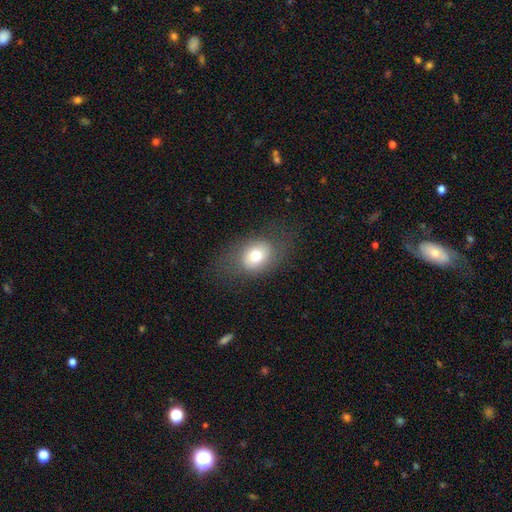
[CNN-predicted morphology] smooth-or-featured: smooth: 71% | featured or disk: 19% | star or artifact: 10%
  how-rounded: in between: 63% | round: 36% | cigar-shaped: 1%
  merging: none: 70% | minor disturbance: 17% | major disturbance: 11% | merger: 1%